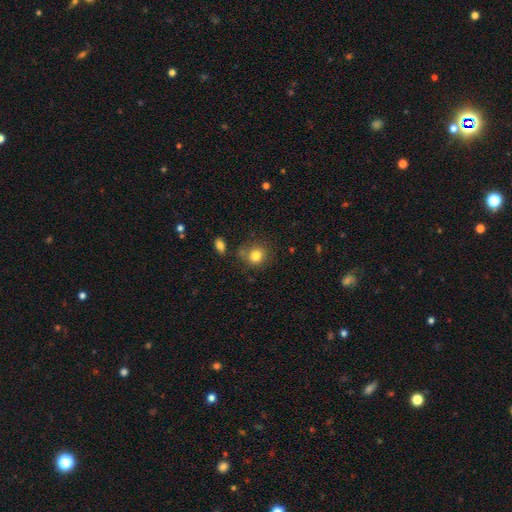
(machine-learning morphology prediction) Smooth or featured? smooth (82%)
How rounded? round (79%)
Merging? none (73%)